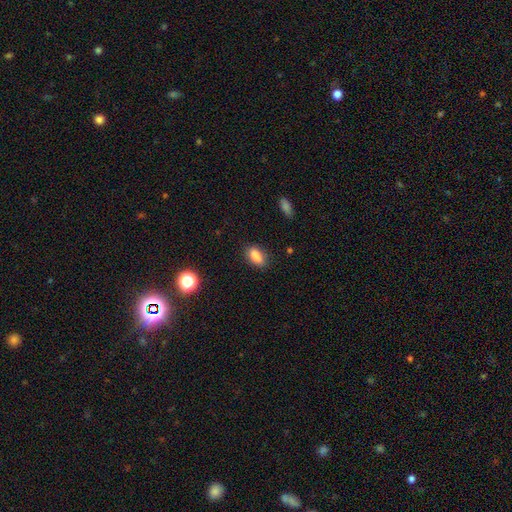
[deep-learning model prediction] Smooth or featured?
  - smooth: 85% *
  - star or artifact: 9%
  - featured or disk: 5%
How rounded?
  - in between: 87% *
  - round: 7%
  - cigar-shaped: 6%
Merging?
  - none: 84% *
  - minor disturbance: 12%
  - major disturbance: 3%
  - merger: 1%